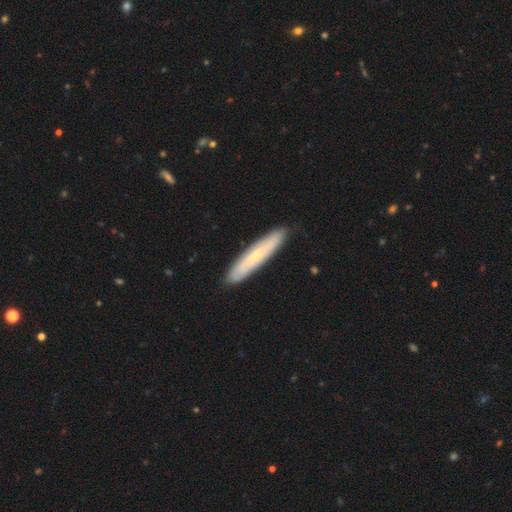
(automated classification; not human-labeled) A smooth galaxy with no disk features (52%) that is cigar-shaped (89%). Merging: none (89%).